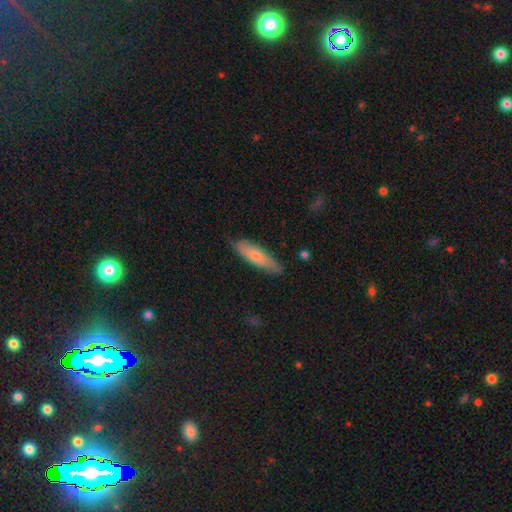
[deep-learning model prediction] The model was most divided on "how rounded": cigar-shaped: 65%, in between: 34%, round: 2%. More confident: merging — none (79%); smooth or featured — smooth (67%).